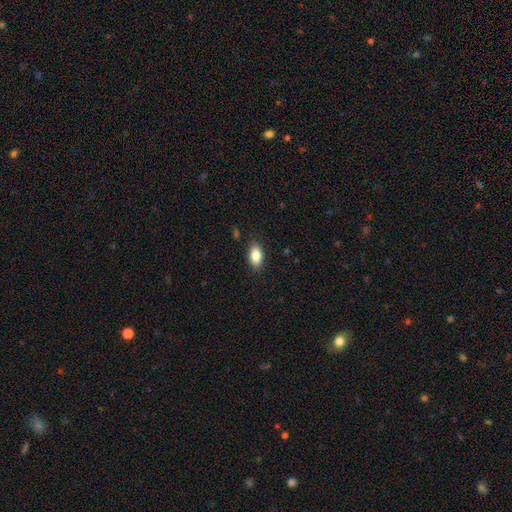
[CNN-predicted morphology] This is clearly a smooth galaxy (85%). How rounded: clearly in between (90%). Merging: clearly none (86%).